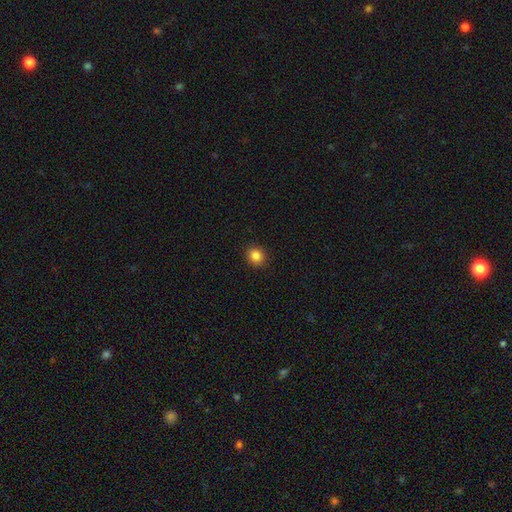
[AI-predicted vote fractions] This is clearly a smooth galaxy (85%). How rounded: clearly round (81%). Merging: clearly none (91%).